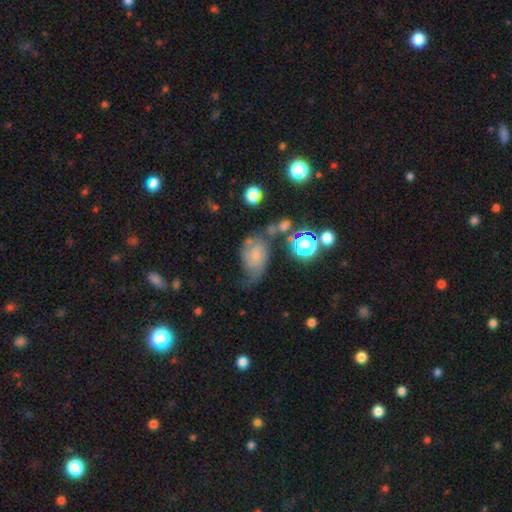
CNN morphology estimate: smooth 45%, featured or disk 41%, star or artifact 14%. Down the decision tree: merging — none (32%).